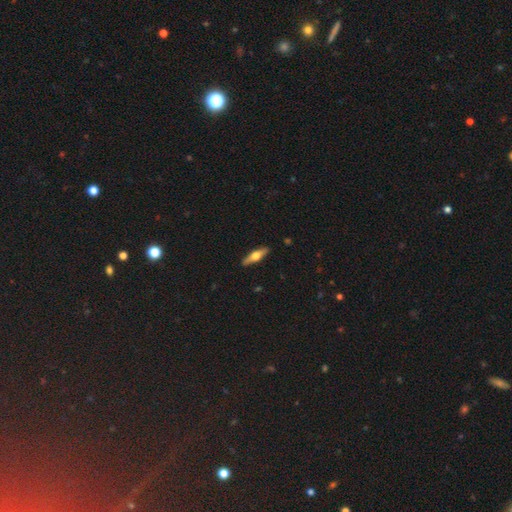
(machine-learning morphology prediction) smooth_or_featured: featured or disk (p=0.59) [alt: smooth p=0.35]
disk_edge_on: yes (p=0.95) [alt: no p=0.05]
edge_on_bulge: rounded (p=0.94) [alt: boxy p=0.04]
merging: none (p=0.90) [alt: minor disturbance p=0.07]